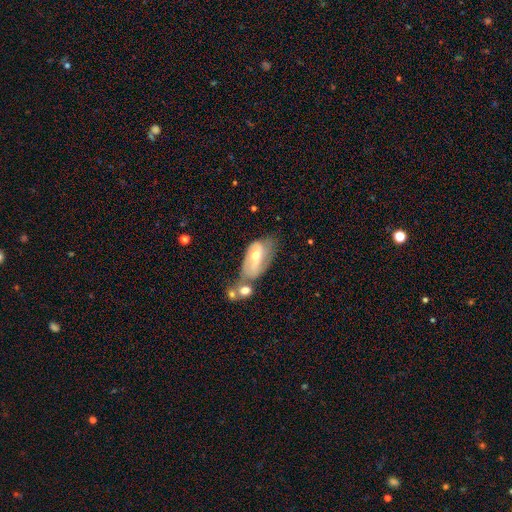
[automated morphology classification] smooth_or_featured: featured or disk (p=0.63) [alt: smooth p=0.30]
disk_edge_on: no (p=0.92) [alt: yes p=0.08]
bar: no (p=0.41) [alt: weak p=0.39]
has_spiral_arms: yes (p=0.73) [alt: no p=0.27]
bulge_size: moderate (p=0.62) [alt: small p=0.33]
merging: none (p=0.34) [alt: merger p=0.28]